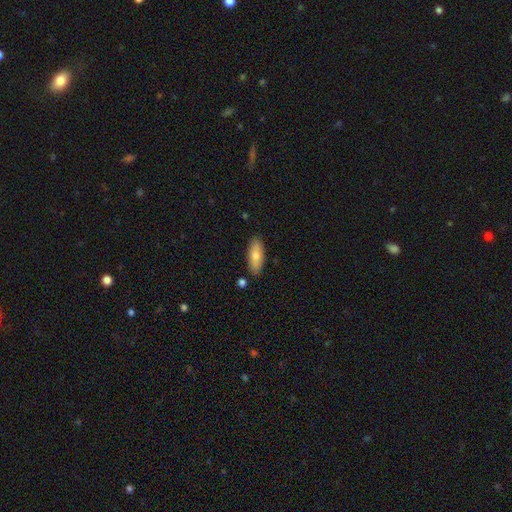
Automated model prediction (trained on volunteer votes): smooth 75%, featured or disk 18%, star or artifact 6%. Down the decision tree: how rounded — in between (77%); merging — none (85%).